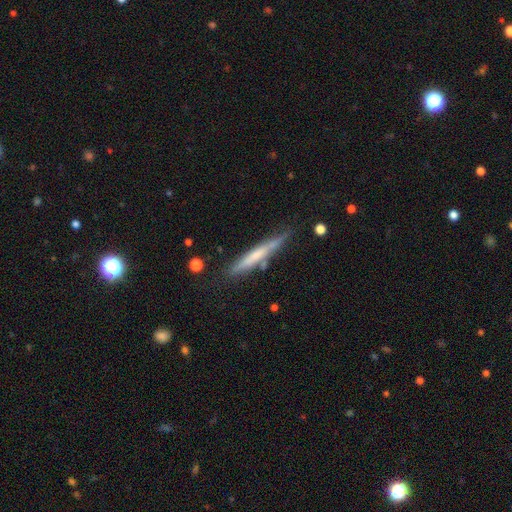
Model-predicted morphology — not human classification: This appears to be a smooth galaxy with no disk features (49%). Merging: none (75%).